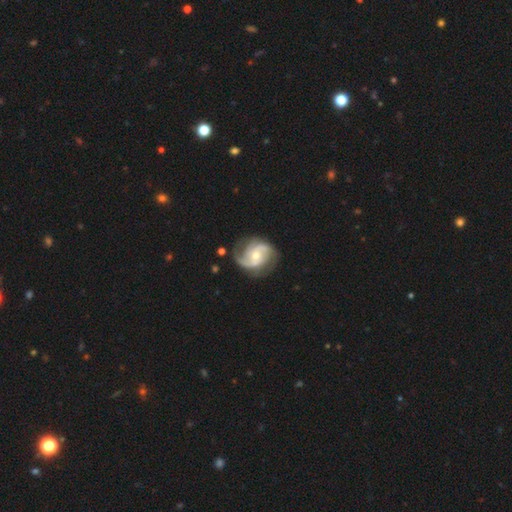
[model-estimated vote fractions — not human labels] smooth_or_featured: featured or disk (p=0.88) [alt: smooth p=0.08]
disk_edge_on: no (p=0.98) [alt: yes p=0.02]
bar: no (p=0.63) [alt: weak p=0.29]
has_spiral_arms: yes (p=0.97) [alt: no p=0.03]
spiral_winding: medium (p=0.49) [alt: tight p=0.31]
spiral_arm_count: 2 (p=0.63) [alt: 3 p=0.20]
bulge_size: moderate (p=0.53) [alt: small p=0.43]
merging: none (p=0.70) [alt: minor disturbance p=0.19]